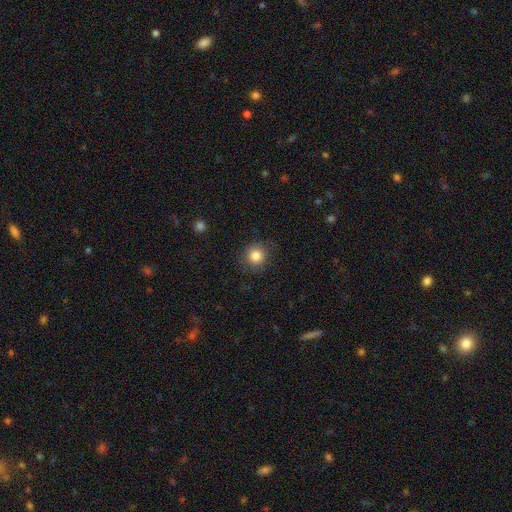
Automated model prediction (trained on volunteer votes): smooth_or_featured: smooth (p=0.84) [alt: star or artifact p=0.11]
how_rounded: round (p=0.91) [alt: in between p=0.08]
merging: none (p=0.84) [alt: minor disturbance p=0.11]